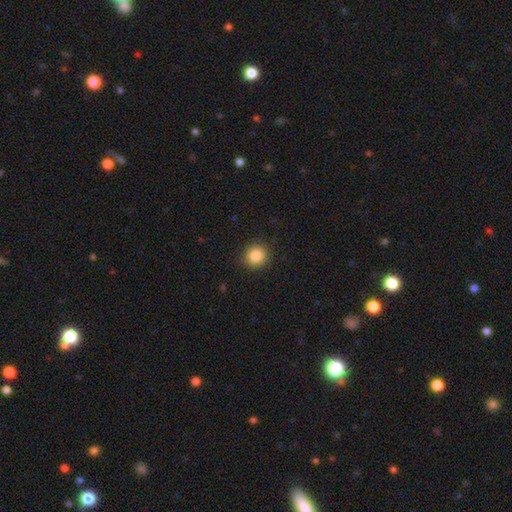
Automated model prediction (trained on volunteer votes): Smooth or featured?
  - smooth: 86% *
  - star or artifact: 10%
  - featured or disk: 5%
How rounded?
  - round: 89% *
  - in between: 10%
  - cigar-shaped: 1%
Merging?
  - none: 90% *
  - minor disturbance: 7%
  - major disturbance: 2%
  - merger: 1%